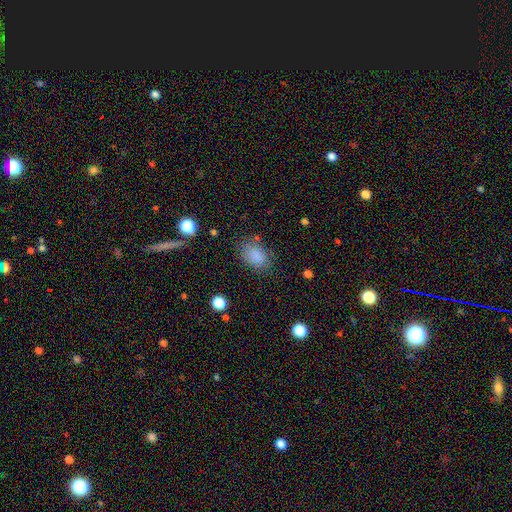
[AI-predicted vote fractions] The model was most divided on "how rounded": in between: 77%, round: 22%, cigar-shaped: 1%. More confident: smooth or featured — smooth (84%); merging — none (76%).